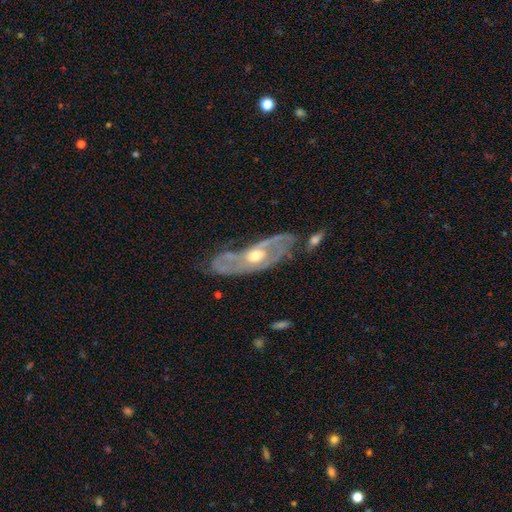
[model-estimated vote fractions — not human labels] The model was most divided on "merging": none: 56%, minor disturbance: 24%, major disturbance: 15%, merger: 5%. More confident: edge-on disk — no (82%); smooth or featured — featured or disk (81%); spiral arms — yes (75%); bar — no (71%); bulge size — moderate (67%).